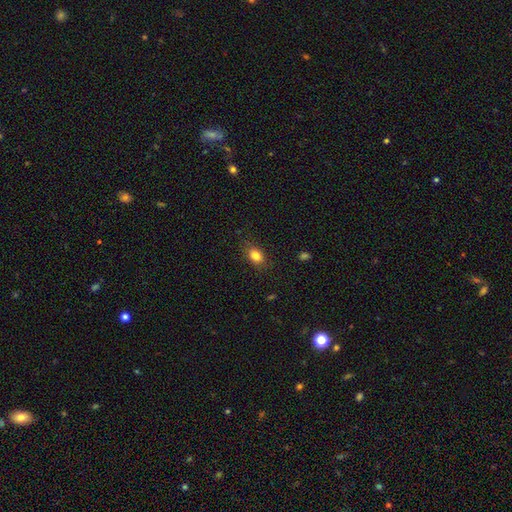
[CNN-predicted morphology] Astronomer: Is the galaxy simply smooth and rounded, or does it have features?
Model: smooth — 83%.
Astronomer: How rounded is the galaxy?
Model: in between — 69%.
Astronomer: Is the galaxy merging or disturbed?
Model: none — 82%.